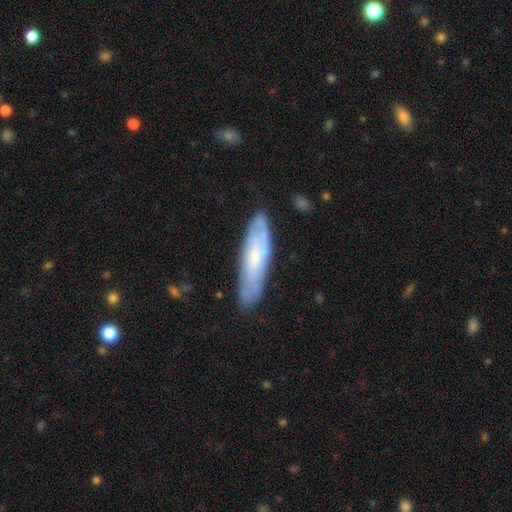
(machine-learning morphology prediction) Smooth or featured: featured or disk — 49% (smooth — 45%)
Merging: none — 81% (minor disturbance — 15%)